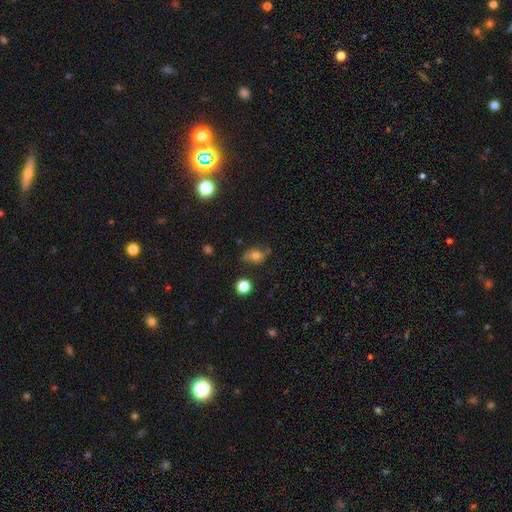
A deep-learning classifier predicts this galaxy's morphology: Q: Smooth or featured?
A: smooth (69%); runner-up: featured or disk (18%)
Q: How rounded?
A: in between (56%); runner-up: round (42%)
Q: Merging?
A: none (64%); runner-up: minor disturbance (25%)